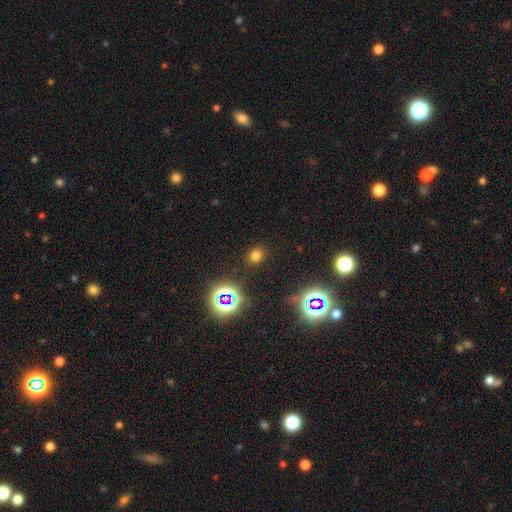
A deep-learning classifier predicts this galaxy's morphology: Smooth or featured? Predicted: smooth (p=0.67). How rounded? Predicted: round (p=0.68). Merging? Predicted: none (p=0.87).